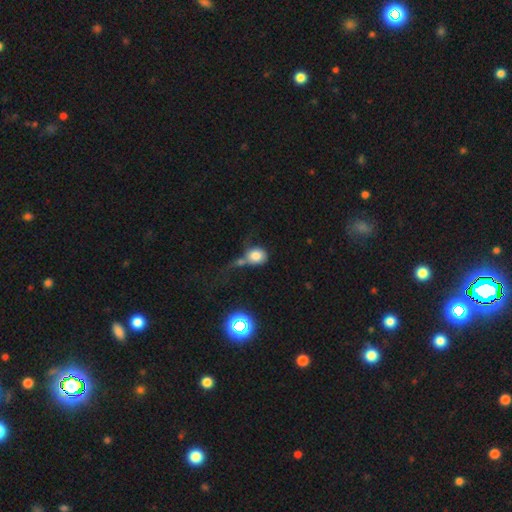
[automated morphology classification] This is likely a smooth galaxy (76%). How rounded: likely round (70%). Merging: marginally merger (38%).